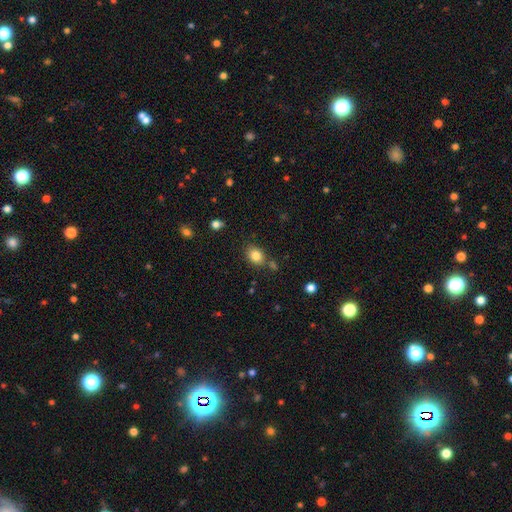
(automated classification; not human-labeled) A smooth galaxy with no disk features (83%) that is in between round and cigar-shaped (57%). Merging: none (75%).